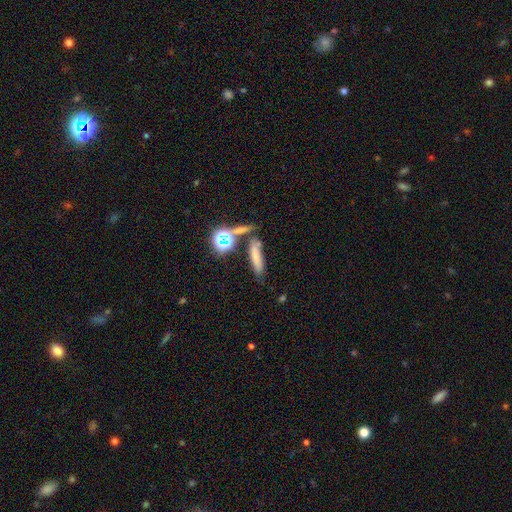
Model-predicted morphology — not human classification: smooth 67%, star or artifact 19%, featured or disk 14%. Down the decision tree: how rounded — cigar-shaped (66%); merging — none (64%).